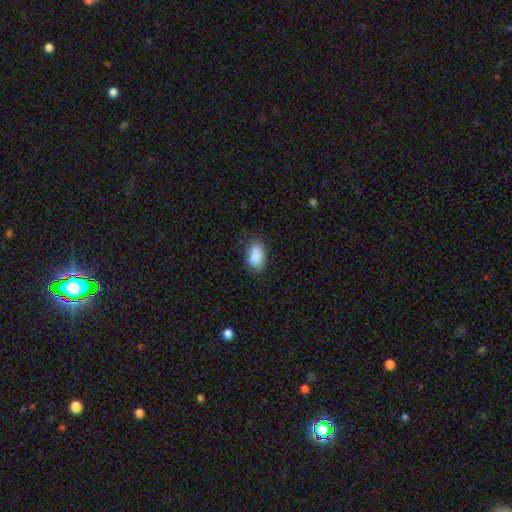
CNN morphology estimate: type=smooth (88%); roundness=in between (91%); merging=none (76%).